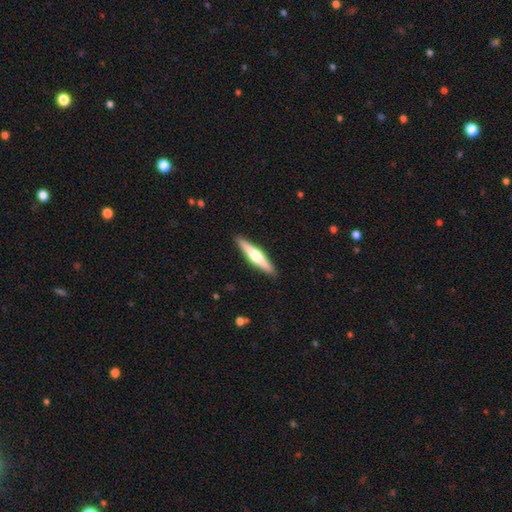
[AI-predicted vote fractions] Smooth or featured: featured or disk — 60% (smooth — 35%)
Edge-on disk: yes — 97% (no — 3%)
Edge-on bulge: rounded — 91% (boxy — 5%)
Merging: none — 91% (minor disturbance — 7%)